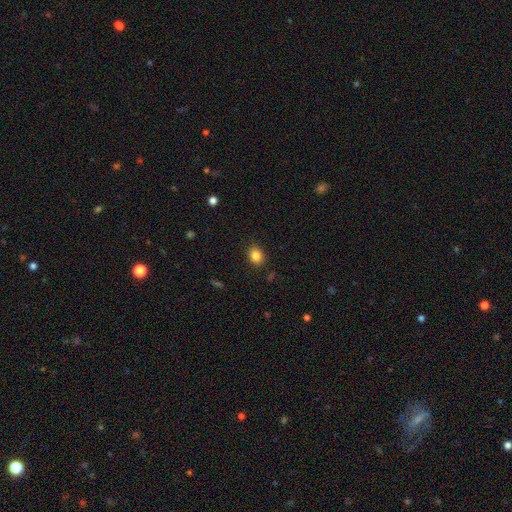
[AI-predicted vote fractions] Overall: smooth (85%). How rounded: round (54%; in between 45%). Merging: none (88%).